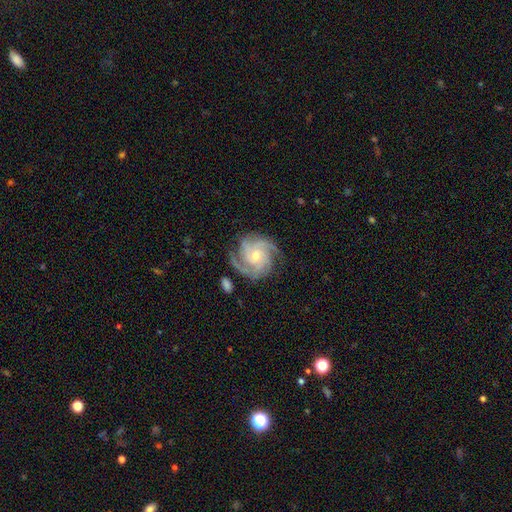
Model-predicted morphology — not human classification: Smooth or featured?
  - featured or disk: 91% *
  - star or artifact: 5%
  - smooth: 4%
Edge-on disk?
  - no: 98% *
  - yes: 2%
Bar?
  - no: 69% *
  - weak: 24%
  - strong: 7%
Spiral arms?
  - yes: 98% *
  - no: 2%
Spiral winding?
  - tight: 62% *
  - medium: 33%
  - loose: 5%
Spiral arm count?
  - 3: 51% *
  - 4: 24%
  - 2: 8%
  - can't tell: 7%
  - more than 4: 5%
  - 1: 5%
Bulge size?
  - moderate: 49% *
  - small: 48%
  - large: 1%
  - none: 1%
  - dominant: 1%
Merging?
  - none: 80% *
  - minor disturbance: 14%
  - major disturbance: 4%
  - merger: 2%